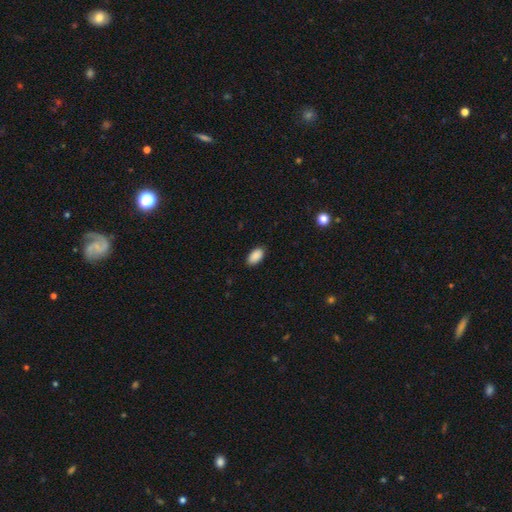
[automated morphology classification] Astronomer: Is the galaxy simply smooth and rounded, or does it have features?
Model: smooth — 90%.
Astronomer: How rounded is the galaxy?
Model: in between — 94%.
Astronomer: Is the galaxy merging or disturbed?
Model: none — 88%.